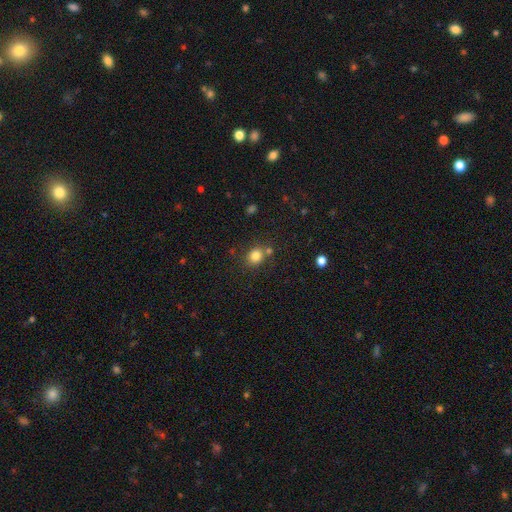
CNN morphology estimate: smooth-or-featured: smooth: 81% | star or artifact: 12% | featured or disk: 6%
  how-rounded: round: 69% | in between: 31% | cigar-shaped: 1%
  merging: none: 70% | merger: 15% | minor disturbance: 11% | major disturbance: 4%